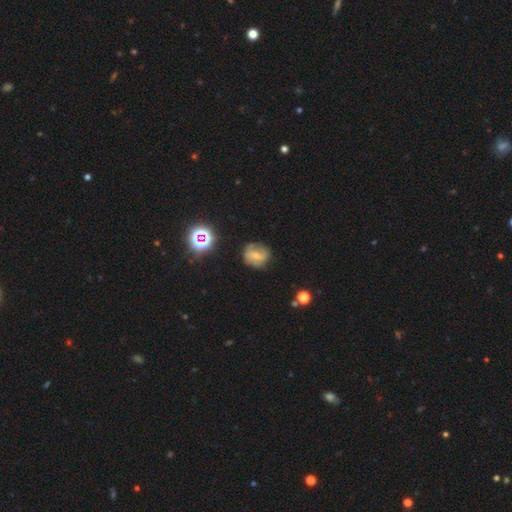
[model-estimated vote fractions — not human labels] This is possibly a smooth galaxy (49%). Merging: likely none (66%).